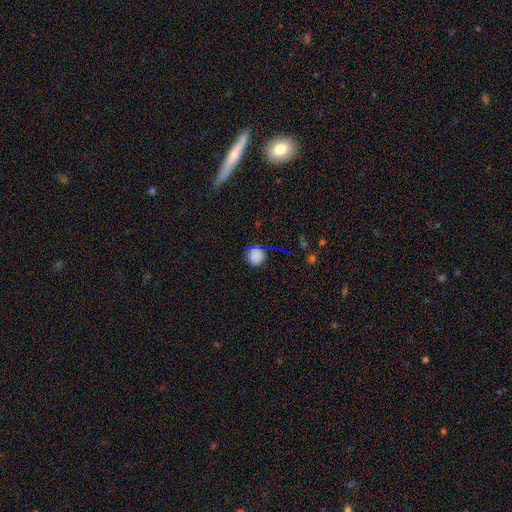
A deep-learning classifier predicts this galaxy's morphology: smooth_or_featured: smooth (p=0.74) [alt: star or artifact p=0.21]
how_rounded: round (p=0.92) [alt: in between p=0.07]
merging: none (p=0.81) [alt: minor disturbance p=0.12]